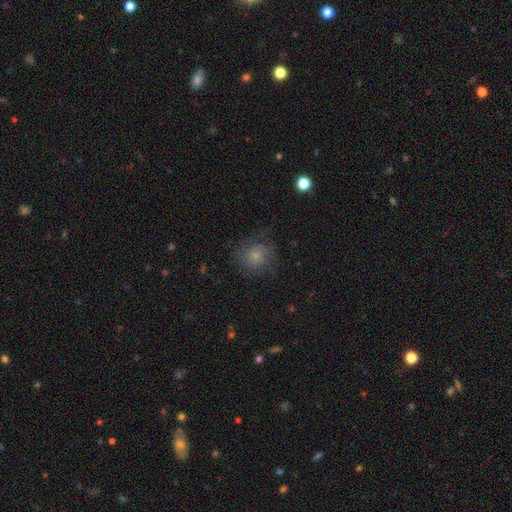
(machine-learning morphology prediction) The model was most divided on "smooth or featured": smooth: 54%, featured or disk: 35%, star or artifact: 11%. More confident: how rounded — round (85%); merging — none (64%).